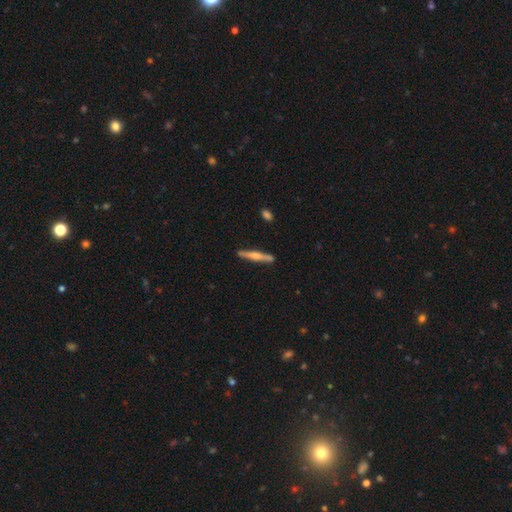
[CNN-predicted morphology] This is possibly a featured or disk galaxy (54%). It is clearly viewed edge-on (96%). Edge-on bulge: likely rounded (77%). Merging: clearly none (86%).